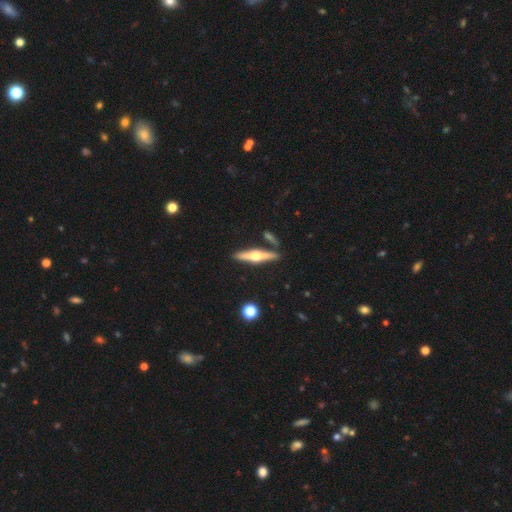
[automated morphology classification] Q: Smooth or featured?
A: featured or disk (72%); runner-up: smooth (22%)
Q: Edge-on disk?
A: yes (97%); runner-up: no (3%)
Q: Edge-on bulge?
A: rounded (95%); runner-up: boxy (3%)
Q: Merging?
A: none (83%); runner-up: minor disturbance (8%)